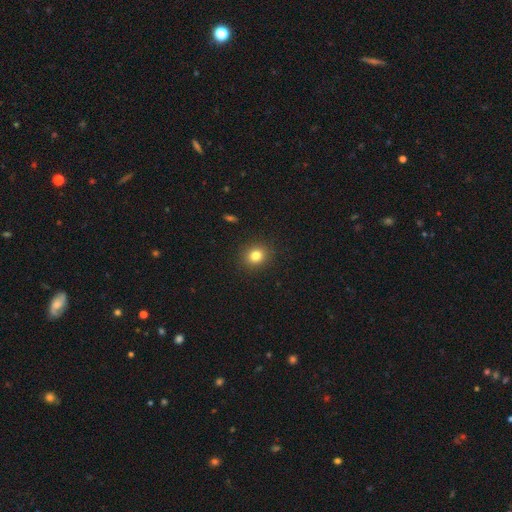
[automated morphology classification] Smooth or featured? smooth (82%)
How rounded? round (76%)
Merging? none (91%)